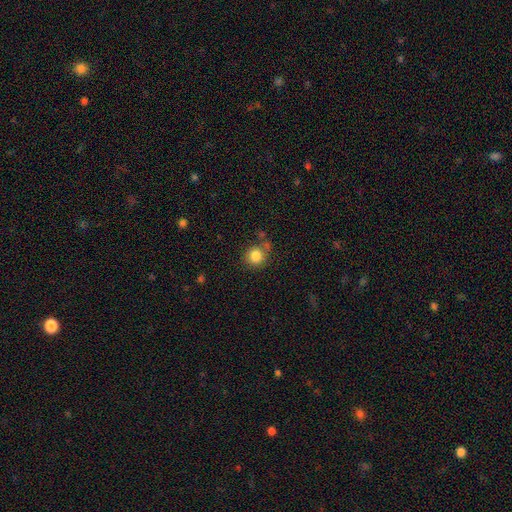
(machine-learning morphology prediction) Smooth or featured: smooth — 84% (star or artifact — 10%)
How rounded: round — 88% (in between — 11%)
Merging: none — 68% (minor disturbance — 15%)